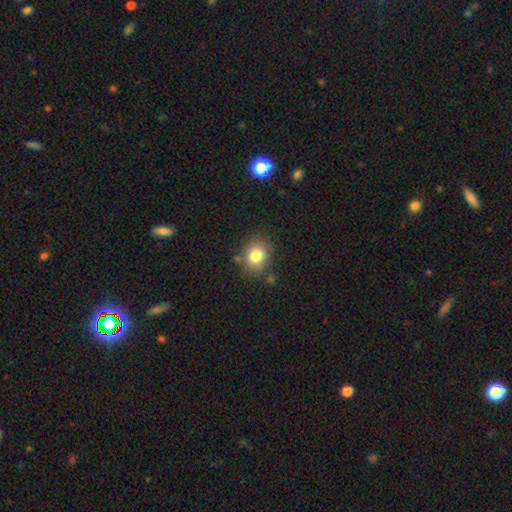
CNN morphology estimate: Overall: smooth (81%). How rounded: round (63%; in between 36%). Merging: none (78%).